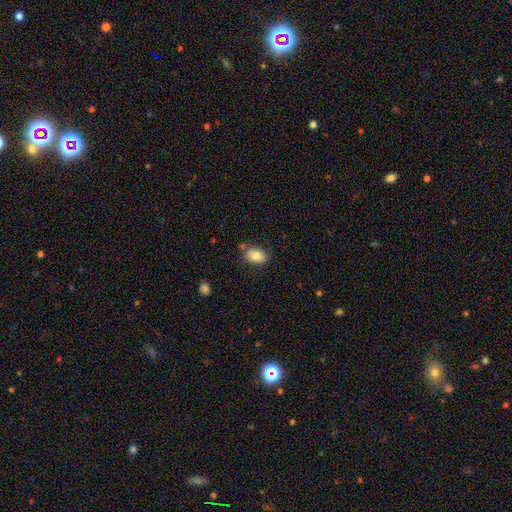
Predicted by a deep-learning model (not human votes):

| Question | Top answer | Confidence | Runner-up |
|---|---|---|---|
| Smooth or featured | smooth | 82% | featured or disk (10%) |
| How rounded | in between | 84% | round (14%) |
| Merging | none | 74% | minor disturbance (16%) |